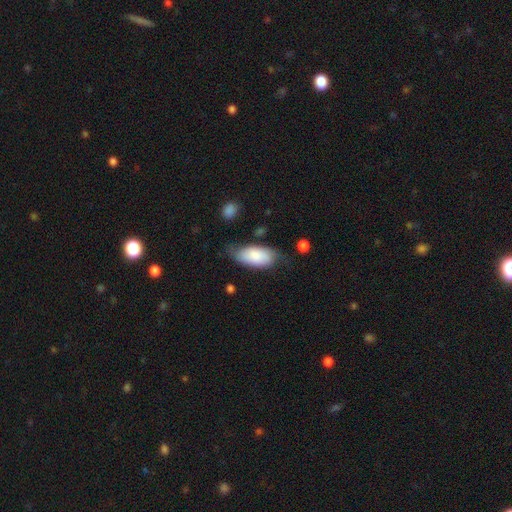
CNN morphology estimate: A smooth galaxy with no disk features (77%) that is in between round and cigar-shaped (91%). Merging: none (55%).